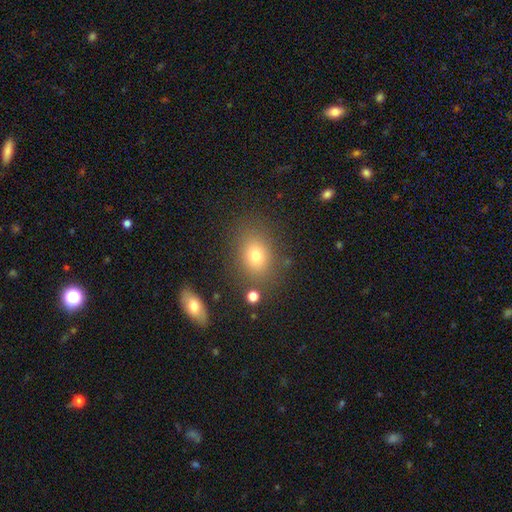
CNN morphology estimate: The model was most divided on "how rounded": in between: 63%, round: 36%, cigar-shaped: 1%. More confident: merging — none (79%); smooth or featured — smooth (74%).